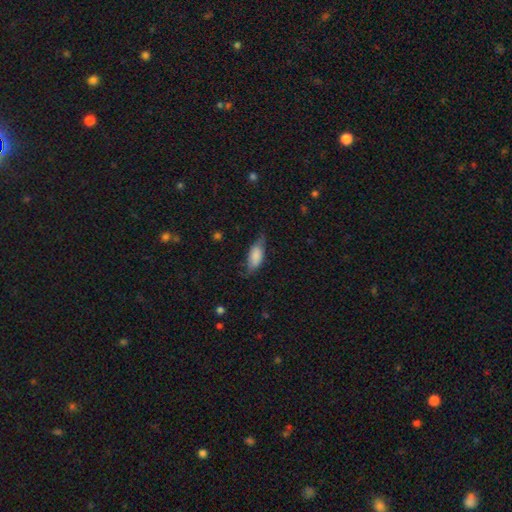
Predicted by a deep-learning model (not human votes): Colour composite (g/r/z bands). It shows a smooth galaxy with no disk features (78%) that is in between round and cigar-shaped (83%). Merging: none (55%).